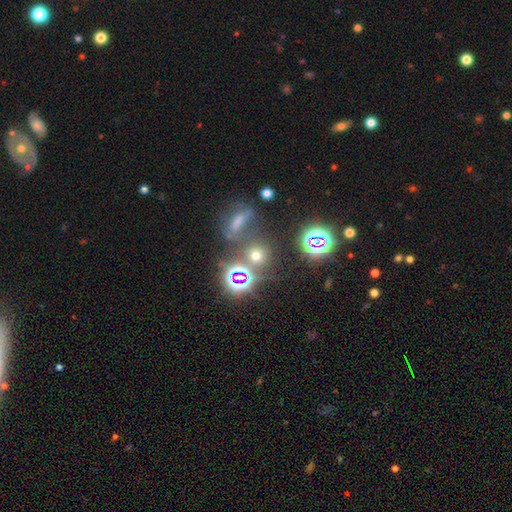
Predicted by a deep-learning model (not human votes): This appears to be a smooth galaxy with no disk features (53%) that is round (85%). Merging: none (67%).